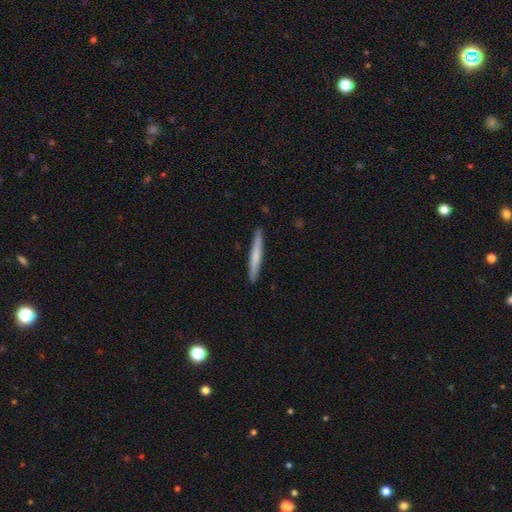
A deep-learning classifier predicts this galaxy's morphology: Smooth or featured? Predicted: smooth (p=0.67). How rounded? Predicted: cigar-shaped (p=0.96). Merging? Predicted: none (p=0.91).